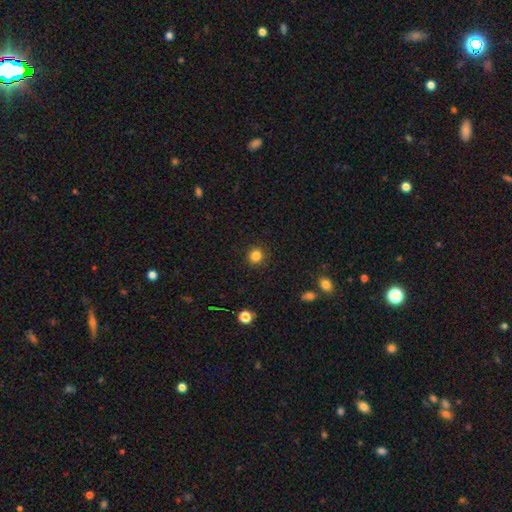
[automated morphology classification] Smooth or featured? smooth (84%)
How rounded? round (92%)
Merging? none (92%)